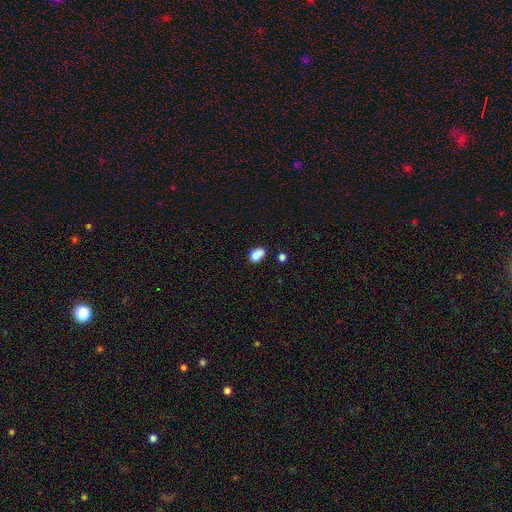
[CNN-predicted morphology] A smooth galaxy with no disk features (83%) that is in between round and cigar-shaped (85%). Merging: none (55%).